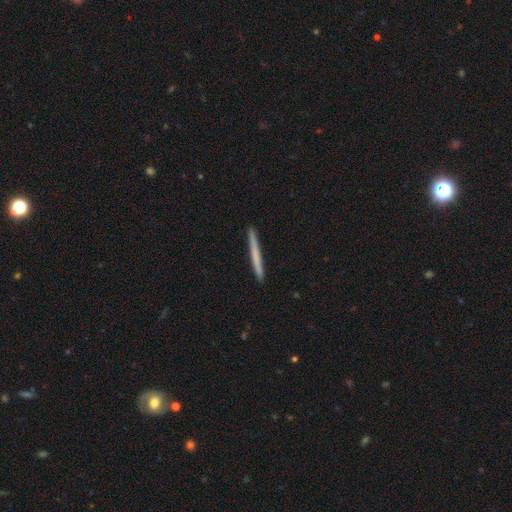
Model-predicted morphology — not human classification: Overall: smooth (61%; featured or disk 34%). How rounded: cigar-shaped (97%). Merging: none (93%).